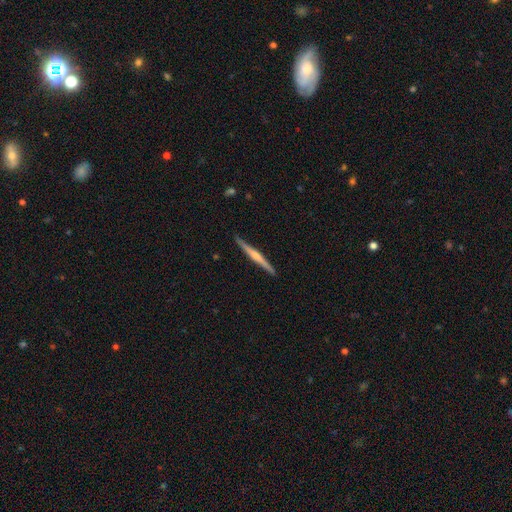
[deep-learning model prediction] smooth-or-featured: featured or disk: 69% | smooth: 26% | star or artifact: 5%
  disk-edge-on: yes: 98% | no: 2%
    edge-on-bulge: rounded: 68% | none: 20% | boxy: 12%
  merging: none: 91% | minor disturbance: 7% | major disturbance: 1% | merger: 1%